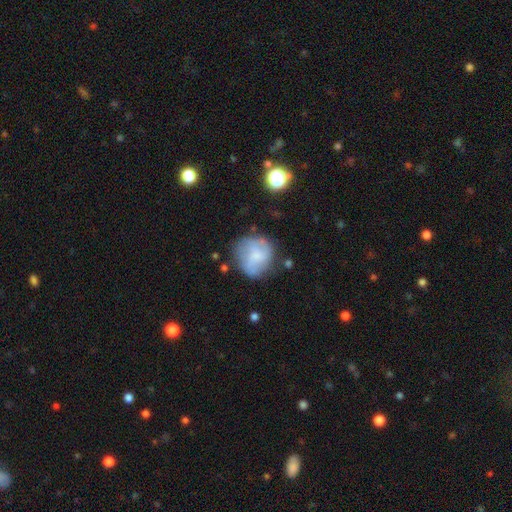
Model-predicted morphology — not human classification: This is possibly a smooth galaxy (54%). How rounded: clearly round (83%). Merging: likely none (62%).